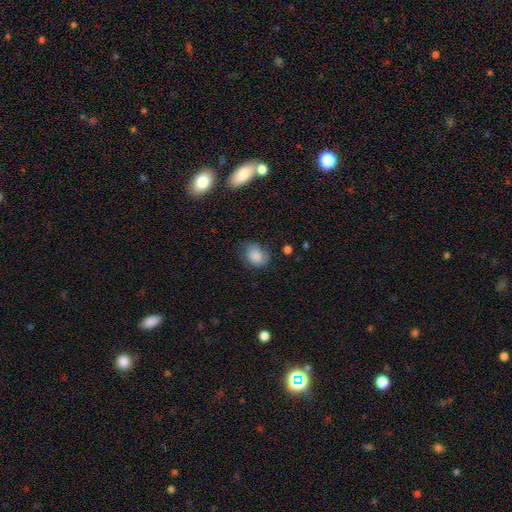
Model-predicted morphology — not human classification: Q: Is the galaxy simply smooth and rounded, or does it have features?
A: smooth — 84%.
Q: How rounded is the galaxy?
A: in between — 62%.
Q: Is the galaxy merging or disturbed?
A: none — 61%.